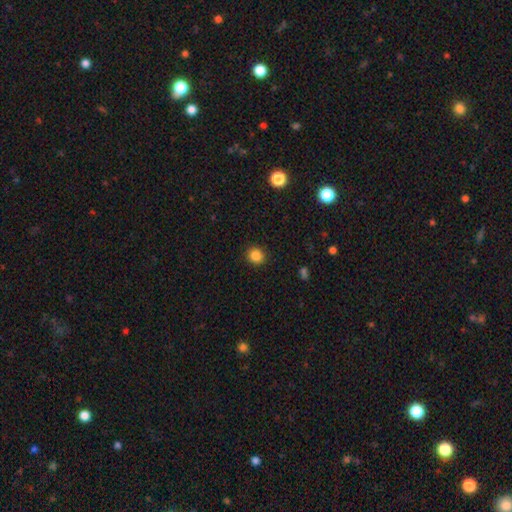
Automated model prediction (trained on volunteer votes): Q: Smooth or featured?
A: smooth (85%); runner-up: star or artifact (11%)
Q: How rounded?
A: round (84%); runner-up: in between (15%)
Q: Merging?
A: none (92%); runner-up: minor disturbance (6%)